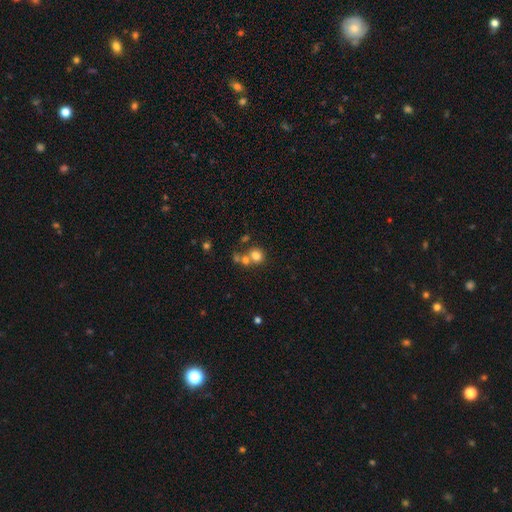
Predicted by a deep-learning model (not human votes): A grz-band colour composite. It shows a smooth galaxy with no disk features (76%) that is round (79%). Merging: none (49%).